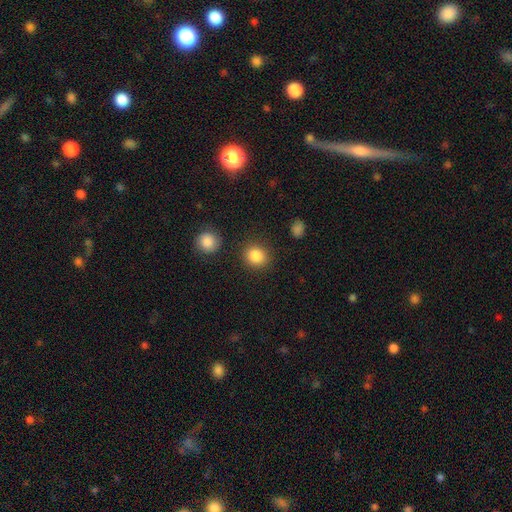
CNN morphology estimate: A smooth galaxy with no disk features (86%) that is round (84%). Merging: none (86%).